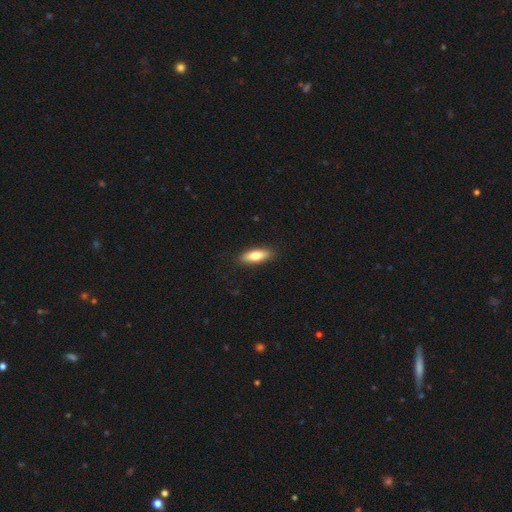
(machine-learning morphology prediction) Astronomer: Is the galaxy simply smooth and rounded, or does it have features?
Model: smooth — 76%.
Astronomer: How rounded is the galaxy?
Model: in between — 56% (runner-up: cigar-shaped, 41%).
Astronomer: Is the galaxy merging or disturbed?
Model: none — 89%.